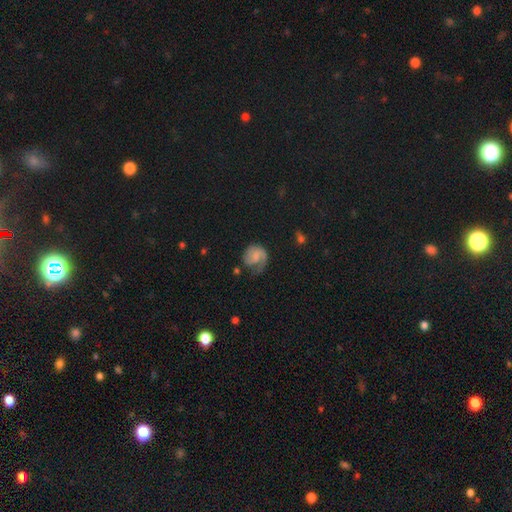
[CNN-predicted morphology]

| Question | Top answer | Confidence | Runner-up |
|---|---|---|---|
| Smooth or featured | featured or disk | 62% | smooth (30%) |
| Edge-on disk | no | 98% | yes (2%) |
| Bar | no | 50% | weak (41%) |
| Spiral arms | yes | 91% | no (9%) |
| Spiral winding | medium | 41% | tight (38%) |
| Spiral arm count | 1 | 46% | 2 (42%) |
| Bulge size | none | 39% | small (34%) |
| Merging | none | 51% | minor disturbance (26%) |